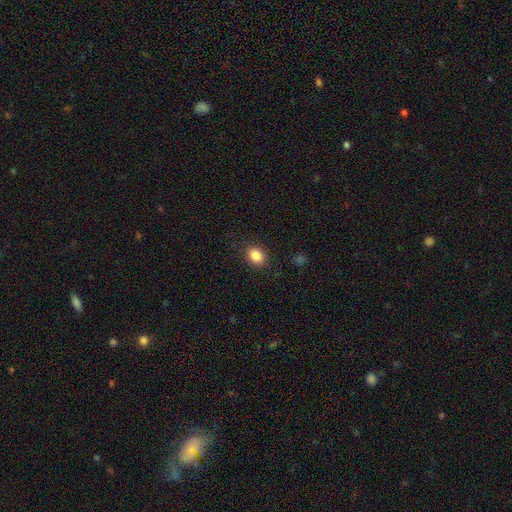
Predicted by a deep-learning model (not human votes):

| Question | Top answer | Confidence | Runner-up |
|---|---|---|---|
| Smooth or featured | smooth | 86% | star or artifact (10%) |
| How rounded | in between | 53% | round (46%) |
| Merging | none | 87% | minor disturbance (9%) |